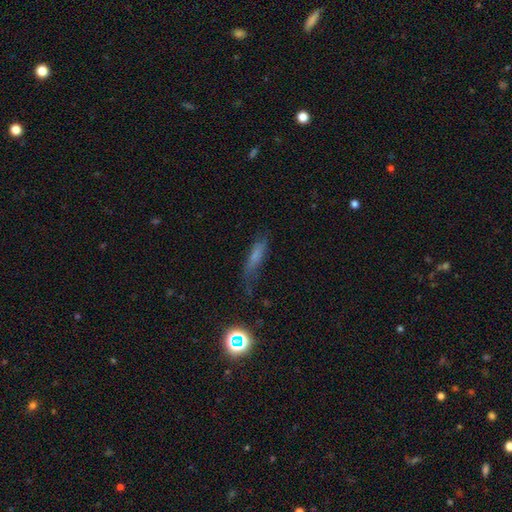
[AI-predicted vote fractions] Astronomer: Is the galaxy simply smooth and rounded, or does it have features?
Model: smooth — 58%.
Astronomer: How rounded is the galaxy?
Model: cigar-shaped — 67%.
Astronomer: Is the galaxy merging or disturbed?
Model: none — 51% (runner-up: minor disturbance, 29%).